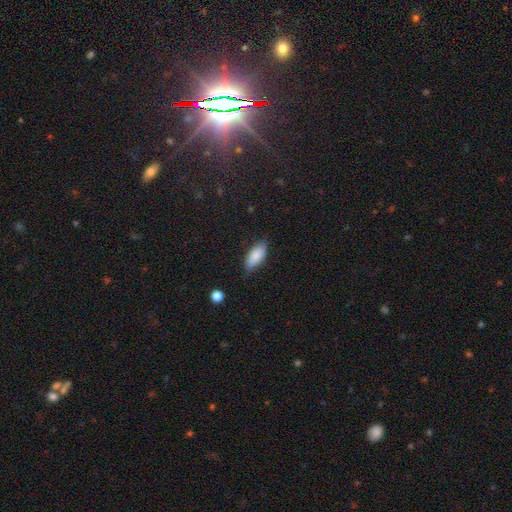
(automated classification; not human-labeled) The model was most divided on "merging": none: 74%, minor disturbance: 21%, major disturbance: 4%, merger: 1%. More confident: how rounded — in between (87%); smooth or featured — smooth (85%).